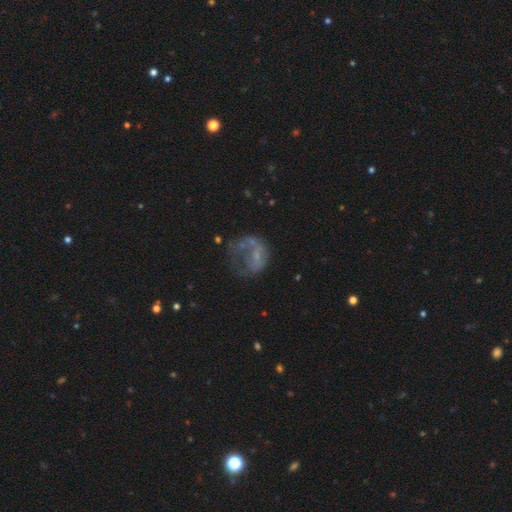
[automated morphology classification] This is possibly a featured or disk galaxy (51%). It is clearly not viewed edge-on (98%). Merging: possibly major disturbance (48%).